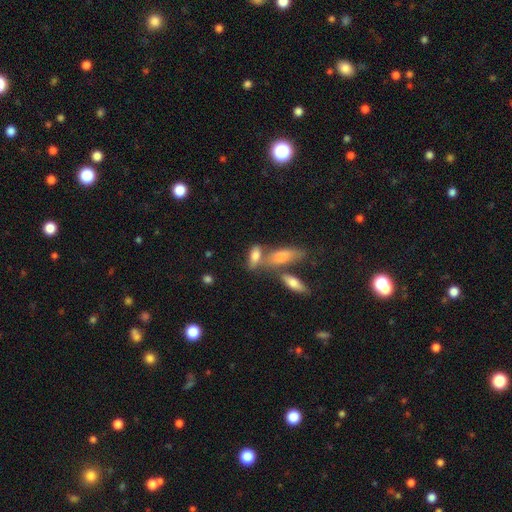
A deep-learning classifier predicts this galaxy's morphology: smooth 74%, featured or disk 18%, star or artifact 8%. Down the decision tree: how rounded — in between (75%); merging — none (43%).